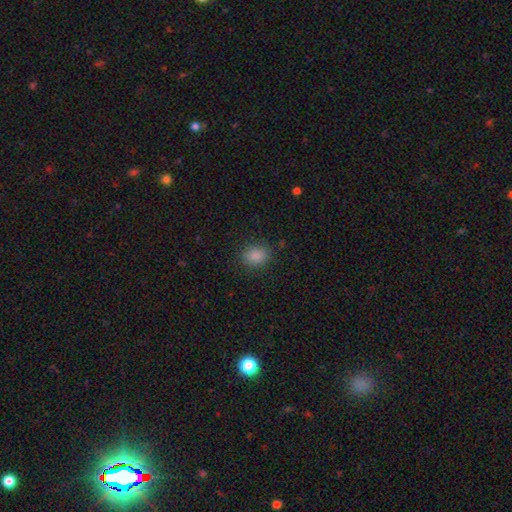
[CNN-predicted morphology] smooth_or_featured: smooth (p=0.86) [alt: star or artifact p=0.11]
how_rounded: round (p=0.52) [alt: in between p=0.47]
merging: none (p=0.86) [alt: minor disturbance p=0.10]